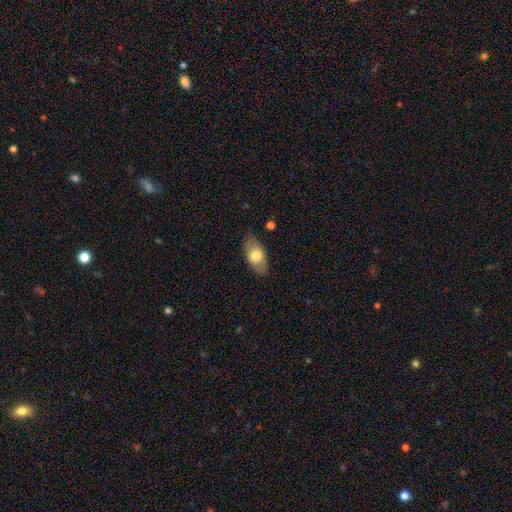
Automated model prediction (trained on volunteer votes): A smooth galaxy with no disk features (67%) that is in between round and cigar-shaped (90%). Merging: none (78%).